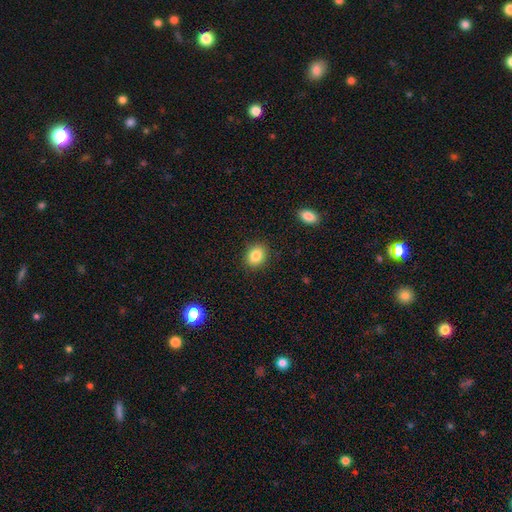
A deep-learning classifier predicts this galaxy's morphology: Smooth or featured? smooth (85%)
How rounded? in between (51%)
Merging? none (88%)